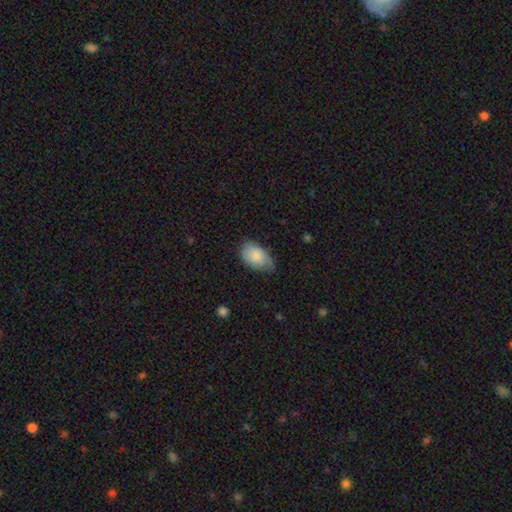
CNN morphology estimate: This appears to be a smooth galaxy with no disk features (77%) that is in between round and cigar-shaped (91%). Merging: none (54%).